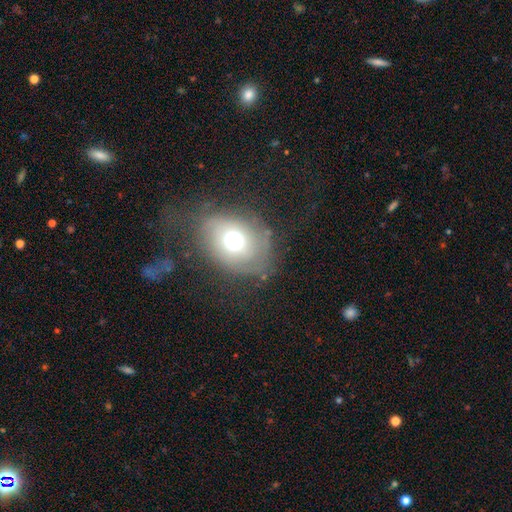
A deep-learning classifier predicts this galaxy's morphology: Smooth or featured? Predicted: smooth (p=0.45). Merging? Predicted: none (p=0.51).